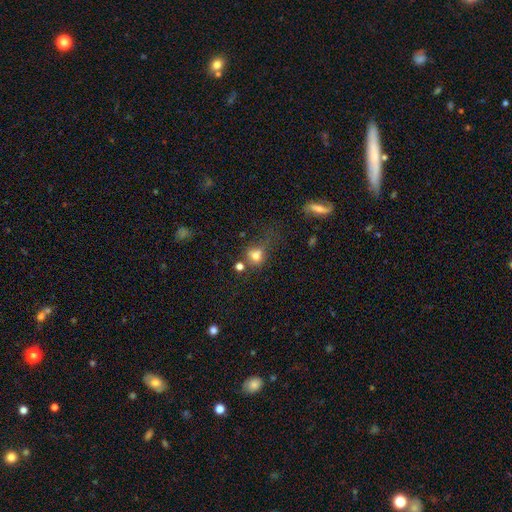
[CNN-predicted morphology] The model was most divided on "merging": none: 45%, merger: 25%, minor disturbance: 18%, major disturbance: 13%. More confident: how rounded — round (71%); smooth or featured — smooth (70%).